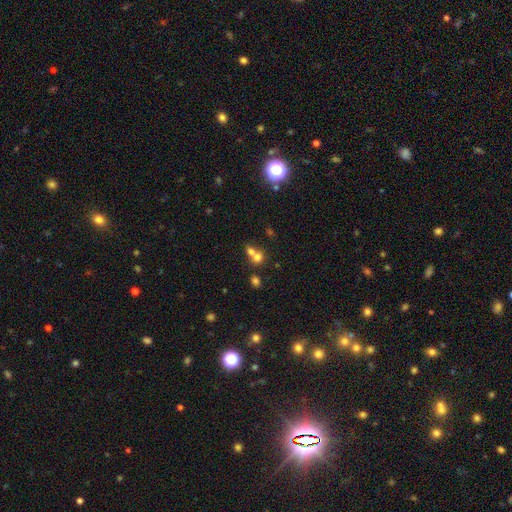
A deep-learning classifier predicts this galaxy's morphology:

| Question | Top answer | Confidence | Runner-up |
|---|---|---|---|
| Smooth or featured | smooth | 69% | star or artifact (16%) |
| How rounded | round | 74% | in between (25%) |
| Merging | merger | 58% | none (33%) |